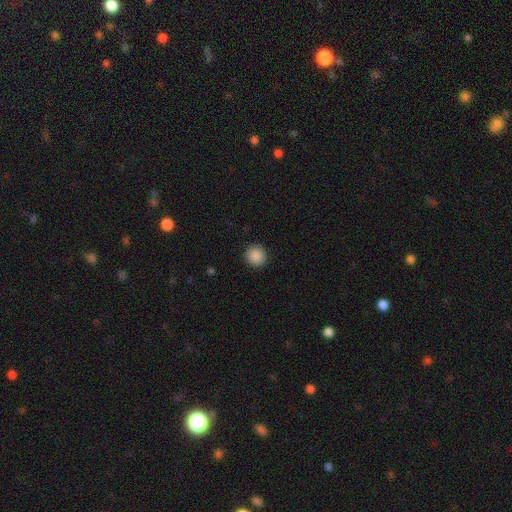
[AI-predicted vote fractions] Smooth or featured?
  - smooth: 88% *
  - star or artifact: 9%
  - featured or disk: 3%
How rounded?
  - round: 93% *
  - in between: 6%
  - cigar-shaped: 1%
Merging?
  - none: 92% *
  - minor disturbance: 5%
  - major disturbance: 2%
  - merger: 1%